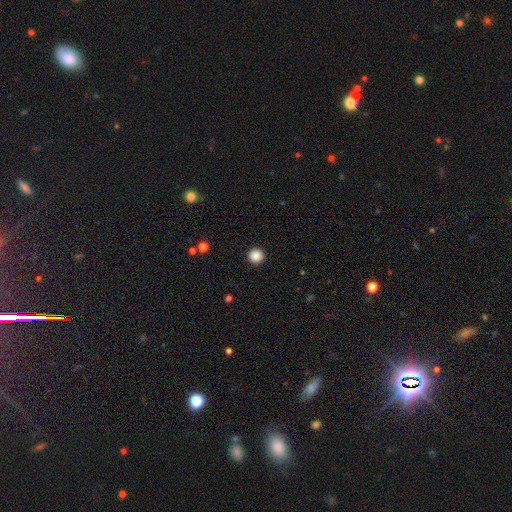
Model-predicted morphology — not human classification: Smooth or featured? smooth (88%)
How rounded? round (96%)
Merging? none (93%)